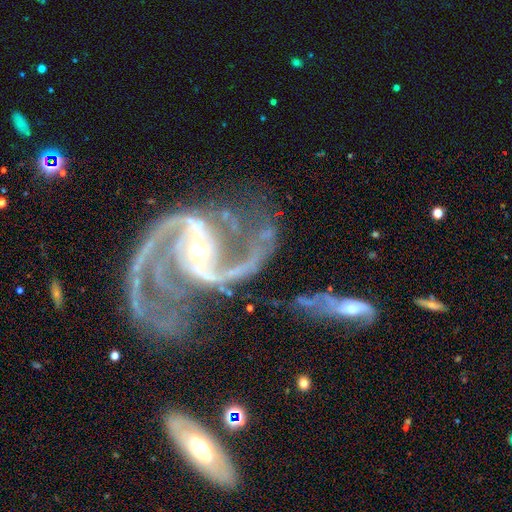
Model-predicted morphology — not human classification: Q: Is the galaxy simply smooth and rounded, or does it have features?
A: featured or disk — 94%.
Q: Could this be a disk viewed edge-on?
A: no — 98%.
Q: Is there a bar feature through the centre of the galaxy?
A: weak — 36%.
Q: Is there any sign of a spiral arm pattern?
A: yes — 98%.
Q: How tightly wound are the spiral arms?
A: medium — 55%.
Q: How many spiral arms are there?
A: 2 — 87%.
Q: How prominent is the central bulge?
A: small — 63%.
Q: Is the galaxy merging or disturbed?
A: none — 50%.